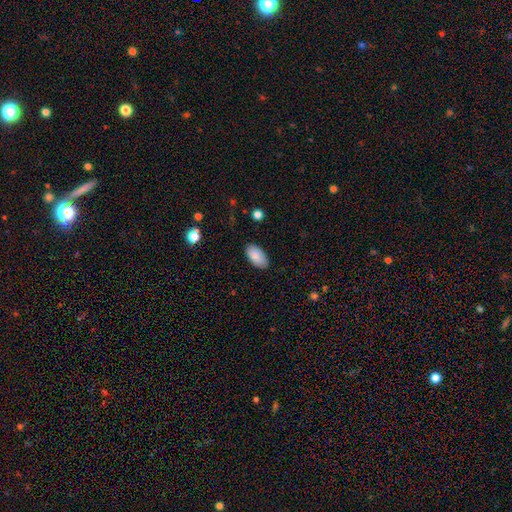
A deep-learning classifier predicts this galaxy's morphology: type=smooth (88%); roundness=in between (95%); merging=none (85%).